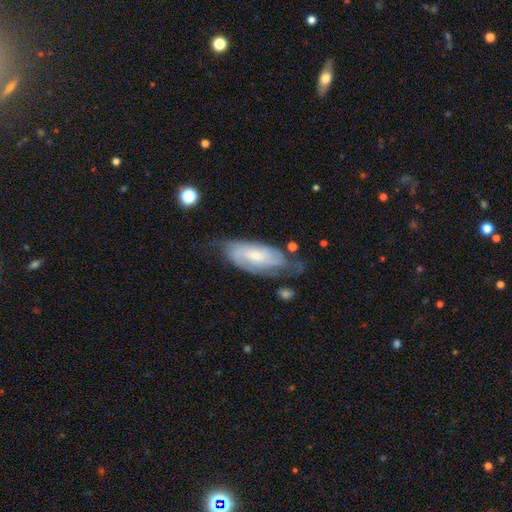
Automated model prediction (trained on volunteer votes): A featured or disk galaxy (67%) with no bar (57%), 2 (48%) tight (51%) spiral arms (88%) and a small central bulge (53%). Merging: none (52%).